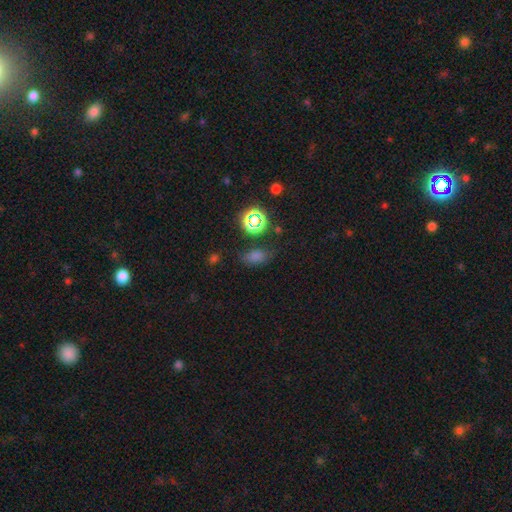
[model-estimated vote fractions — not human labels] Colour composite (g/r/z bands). It shows a smooth galaxy with no disk features (64%) that is in between round and cigar-shaped (76%). Merging: none (69%).